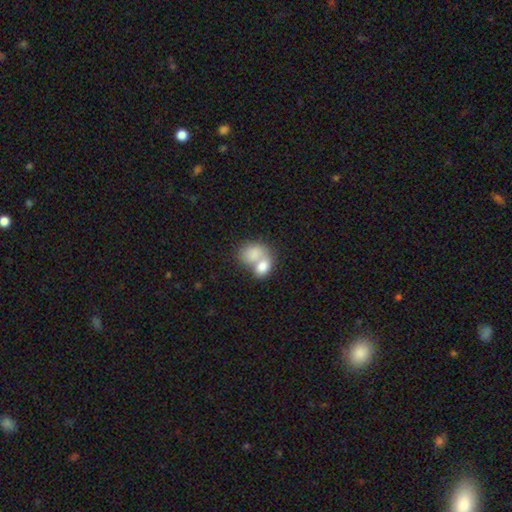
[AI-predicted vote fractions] Smooth or featured? Predicted: smooth (p=0.78). How rounded? Predicted: in between (p=0.69). Merging? Predicted: merger (p=0.70).